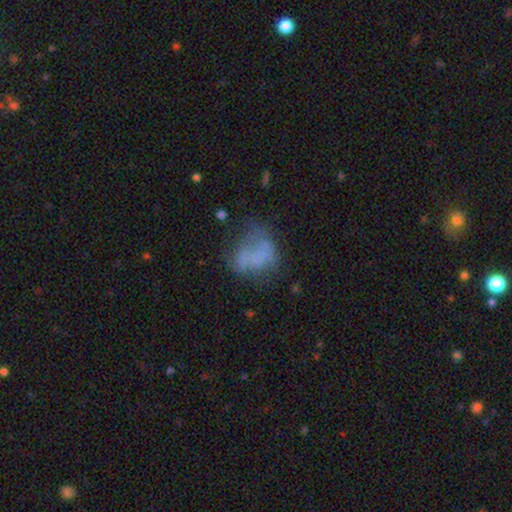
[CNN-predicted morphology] Overall: smooth (49%; featured or disk 37%). Merging: none (35%; major disturbance 31%).